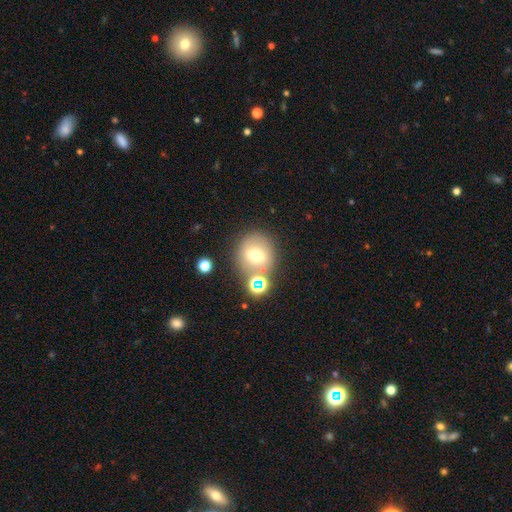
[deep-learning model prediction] Smooth or featured: smooth — 64% (featured or disk — 20%)
How rounded: round — 85% (in between — 14%)
Merging: none — 68% (merger — 14%)